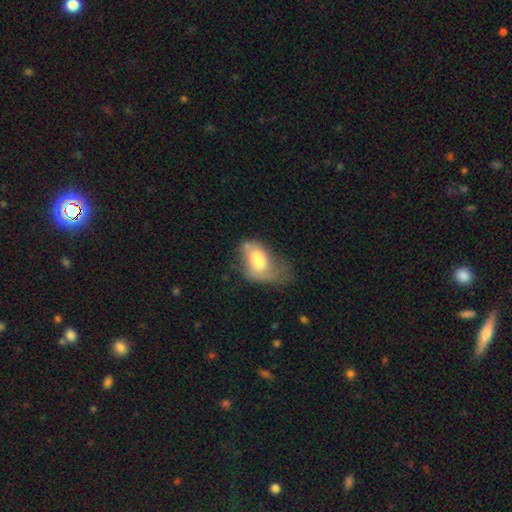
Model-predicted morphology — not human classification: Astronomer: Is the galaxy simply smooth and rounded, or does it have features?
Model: smooth — 58% (runner-up: featured or disk, 34%).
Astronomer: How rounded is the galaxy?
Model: in between — 82%.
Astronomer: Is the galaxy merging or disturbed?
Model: merger — 39% (runner-up: major disturbance, 27%).